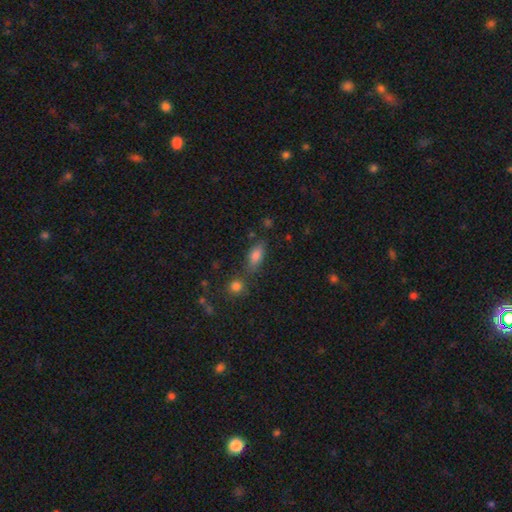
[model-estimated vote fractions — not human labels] This is likely a smooth galaxy (80%). How rounded: likely in between (79%). Merging: likely none (68%).